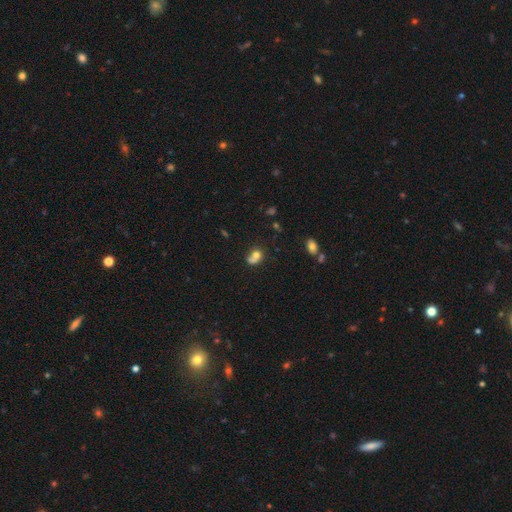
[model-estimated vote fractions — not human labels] Smooth or featured: smooth — 69% (featured or disk — 18%)
How rounded: round — 59% (in between — 40%)
Merging: merger — 44% (none — 31%)